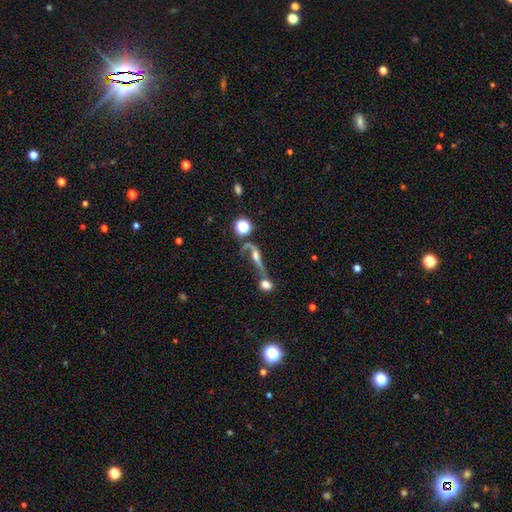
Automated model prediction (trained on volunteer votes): A featured or disk galaxy (65%). Merging: none (34%).